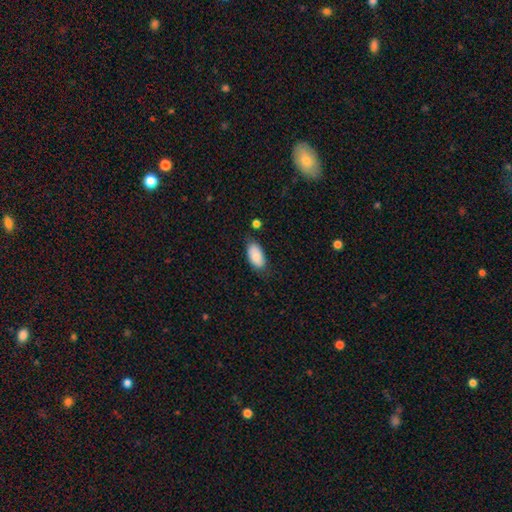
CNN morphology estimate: Smooth or featured? Predicted: smooth (p=0.87). How rounded? Predicted: in between (p=0.93). Merging? Predicted: none (p=0.72).